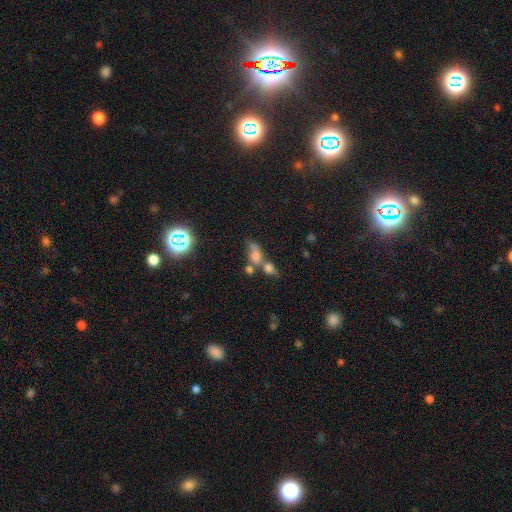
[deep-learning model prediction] Smooth or featured? smooth (61%)
How rounded? in between (73%)
Merging? merger (57%)